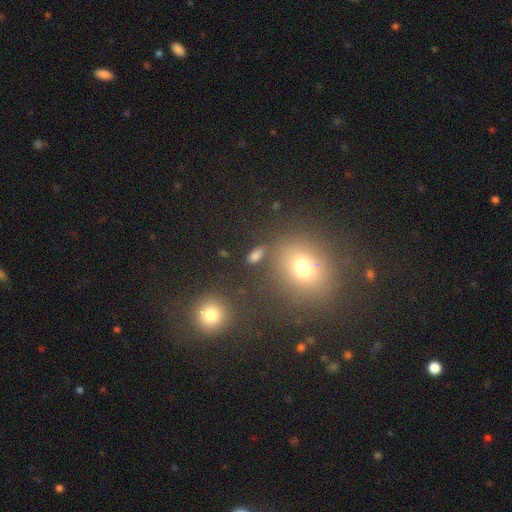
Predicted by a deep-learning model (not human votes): Smooth or featured? smooth (74%)
How rounded? in between (74%)
Merging? none (77%)